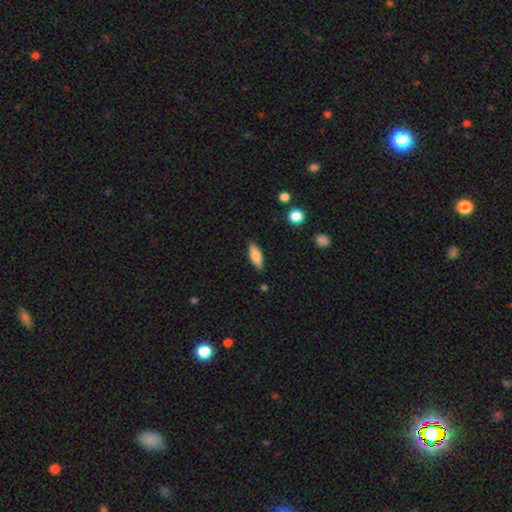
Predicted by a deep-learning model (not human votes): The model was most divided on "how rounded": in between: 69%, cigar-shaped: 29%, round: 2%. More confident: merging — none (85%); smooth or featured — smooth (80%).